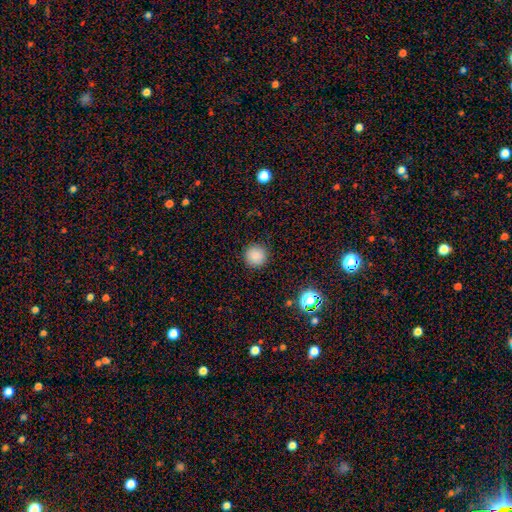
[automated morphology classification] smooth 85%, star or artifact 11%, featured or disk 3%. Down the decision tree: how rounded — round (95%); merging — none (91%).